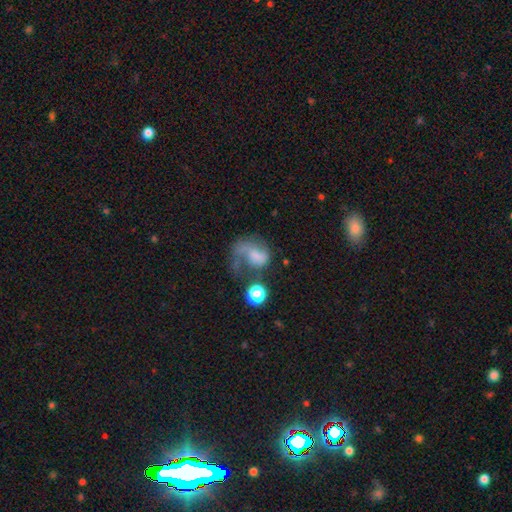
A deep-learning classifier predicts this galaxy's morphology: This appears to be a featured or disk galaxy (50%). Merging: major disturbance (46%).